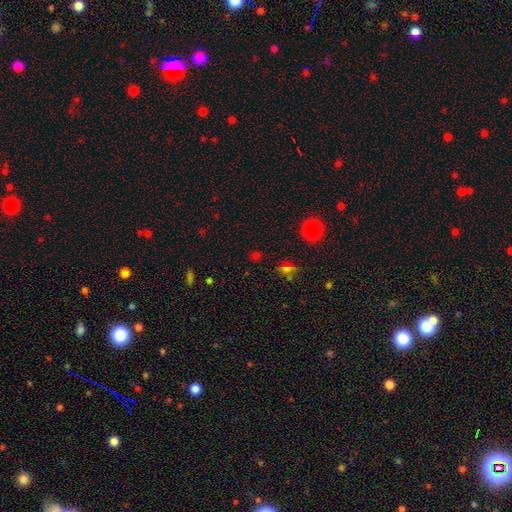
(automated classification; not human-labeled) Smooth or featured?
  - smooth: 50% *
  - star or artifact: 44%
  - featured or disk: 7%
Merging?
  - none: 82% *
  - minor disturbance: 10%
  - major disturbance: 5%
  - merger: 4%